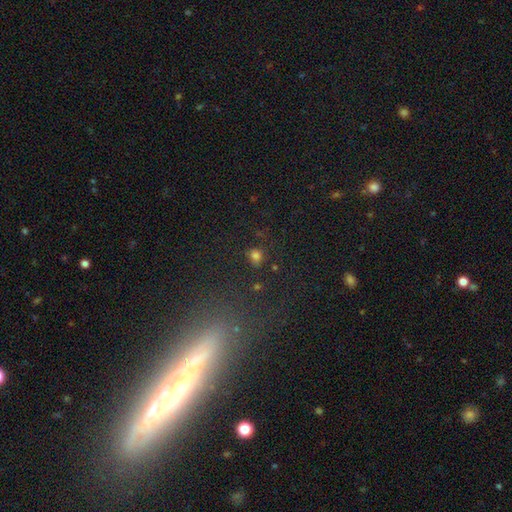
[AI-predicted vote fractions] The model was most divided on "how rounded": round: 74%, in between: 24%, cigar-shaped: 1%. More confident: smooth or featured — smooth (76%); merging — none (75%).